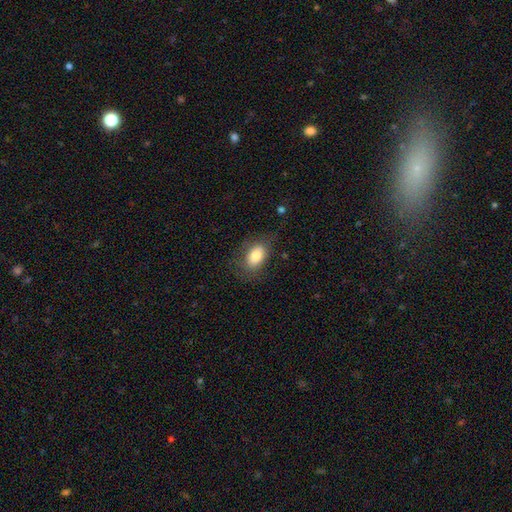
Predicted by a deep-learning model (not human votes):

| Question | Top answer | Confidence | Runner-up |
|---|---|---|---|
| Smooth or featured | smooth | 82% | featured or disk (11%) |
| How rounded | in between | 89% | round (9%) |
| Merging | none | 74% | minor disturbance (18%) |